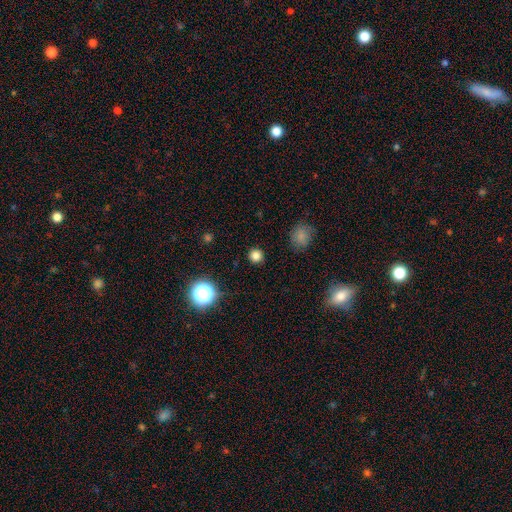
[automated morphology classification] Smooth or featured? Predicted: smooth (p=0.80). How rounded? Predicted: round (p=0.93). Merging? Predicted: none (p=0.91).